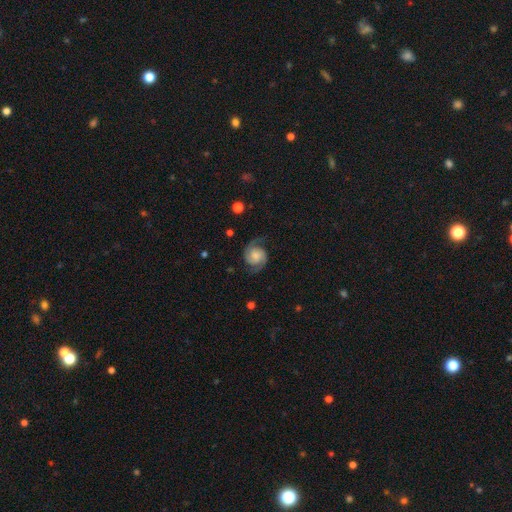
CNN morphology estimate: Smooth or featured: featured or disk — 87% (smooth — 7%)
Edge-on disk: no — 98% (yes — 2%)
Bar: no — 65% (weak — 28%)
Spiral arms: yes — 98% (no — 2%)
Spiral winding: medium — 50% (tight — 35%)
Spiral arm count: 2 — 93% (can't tell — 2%)
Bulge size: moderate — 30% (small — 29%)
Merging: none — 78% (minor disturbance — 14%)